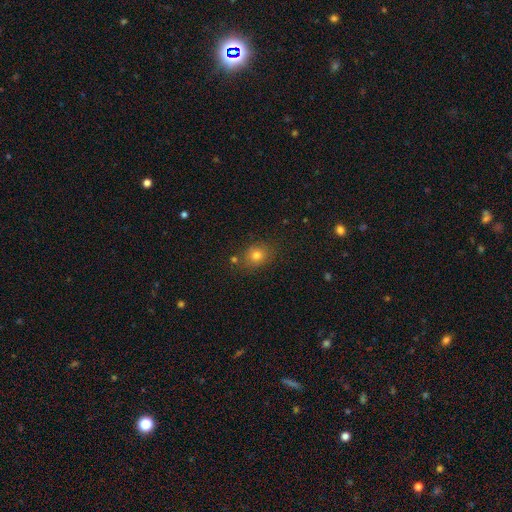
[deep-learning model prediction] Morphology: type=smooth (77%); roundness=round (58%); merging=none (78%).